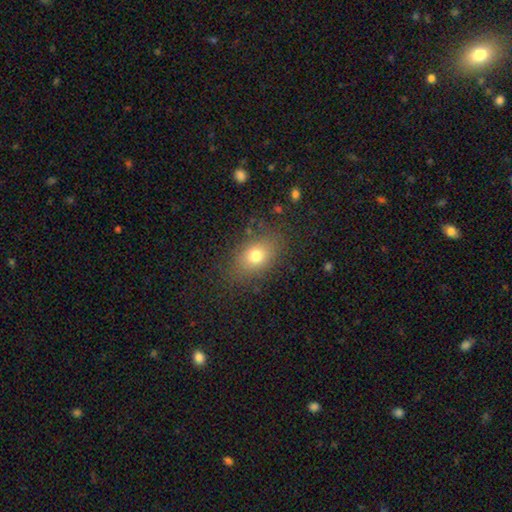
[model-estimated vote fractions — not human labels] This appears to be a smooth galaxy with no disk features (74%) that is in between round and cigar-shaped (73%). Merging: none (81%).